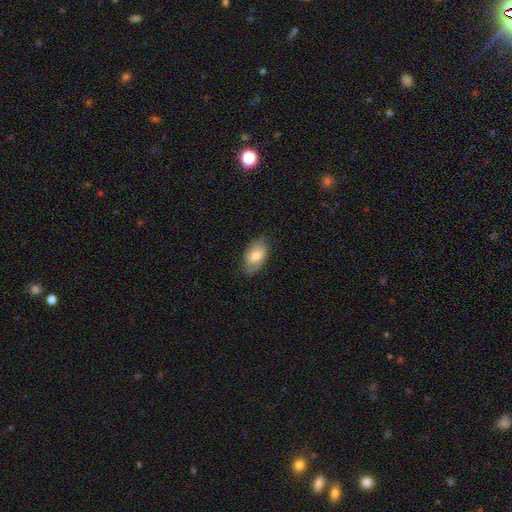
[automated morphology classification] Smooth or featured?
  - smooth: 67% *
  - featured or disk: 26%
  - star or artifact: 7%
How rounded?
  - in between: 92% *
  - round: 6%
  - cigar-shaped: 2%
Merging?
  - none: 72% *
  - minor disturbance: 21%
  - major disturbance: 5%
  - merger: 1%